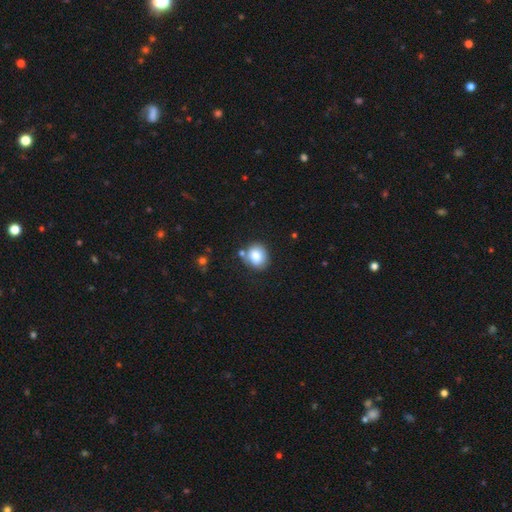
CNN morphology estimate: A smooth galaxy with no disk features (82%) that is round (68%). Merging: none (72%).